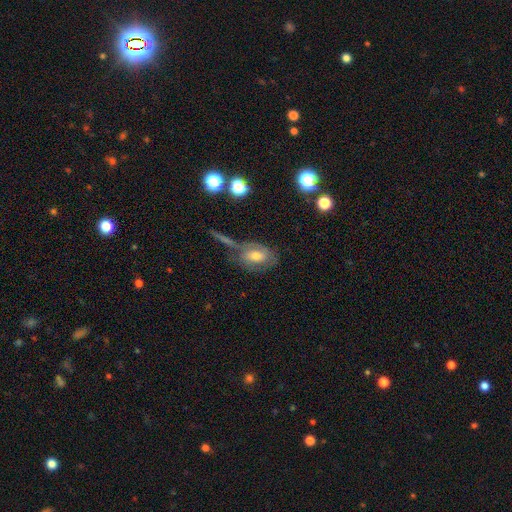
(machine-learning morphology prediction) Smooth or featured? Predicted: smooth (p=0.46). Merging? Predicted: none (p=0.50).